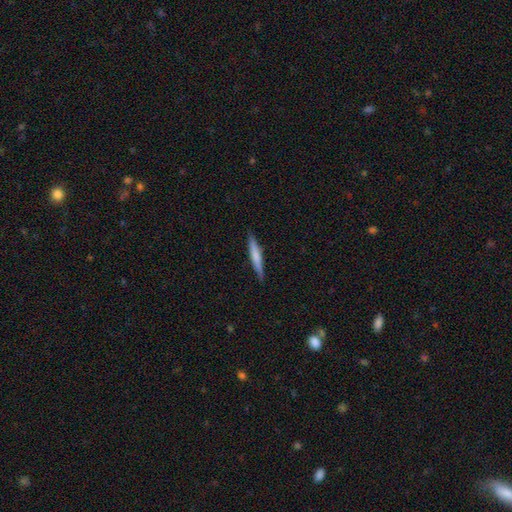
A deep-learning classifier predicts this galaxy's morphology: smooth 59%, featured or disk 35%, star or artifact 5%. Down the decision tree: how rounded — cigar-shaped (93%); merging — none (89%).